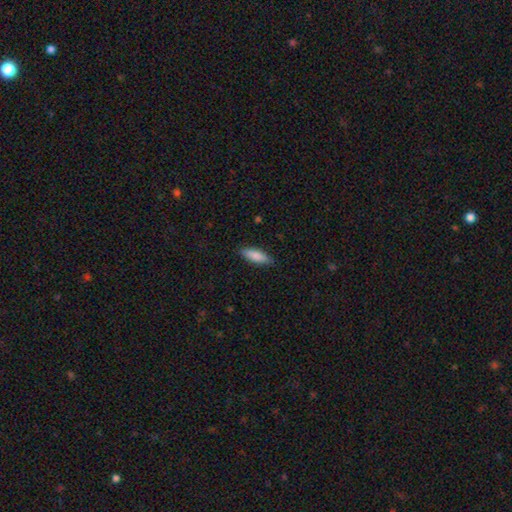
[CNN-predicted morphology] Smooth or featured: smooth — 83% (featured or disk — 11%)
How rounded: in between — 55% (cigar-shaped — 43%)
Merging: none — 85% (minor disturbance — 11%)